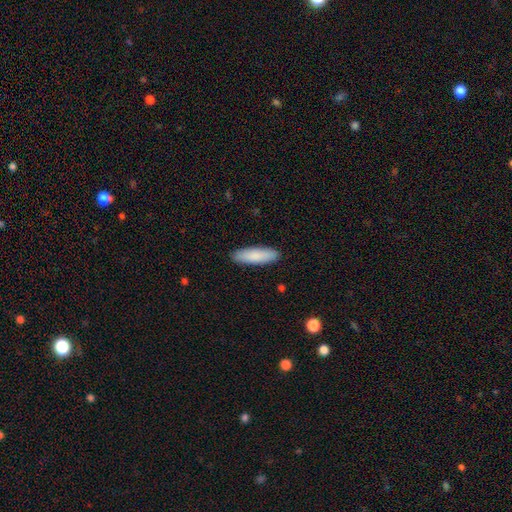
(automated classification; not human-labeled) smooth_or_featured: smooth (p=0.86) [alt: featured or disk p=0.08]
how_rounded: cigar-shaped (p=0.60) [alt: in between p=0.38]
merging: none (p=0.90) [alt: minor disturbance p=0.07]